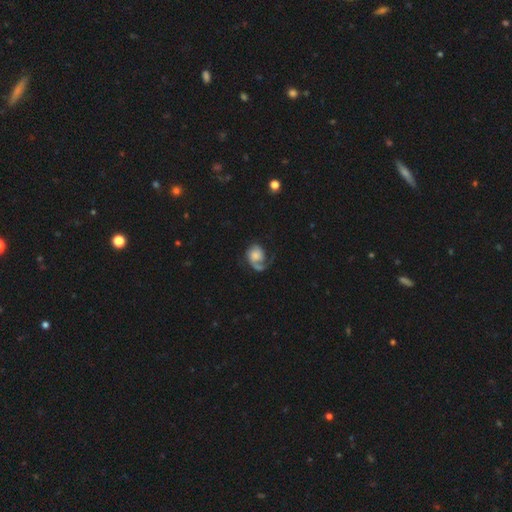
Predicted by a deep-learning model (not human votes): Smooth or featured? Predicted: featured or disk (p=0.64). Edge-on disk? Predicted: no (p=0.98). Bar? Predicted: no (p=0.77). Spiral arms? Predicted: yes (p=0.90). Spiral winding? Predicted: loose (p=0.38). Spiral arm count? Predicted: 1 (p=0.79). Bulge size? Predicted: small (p=0.28). Merging? Predicted: none (p=0.42).